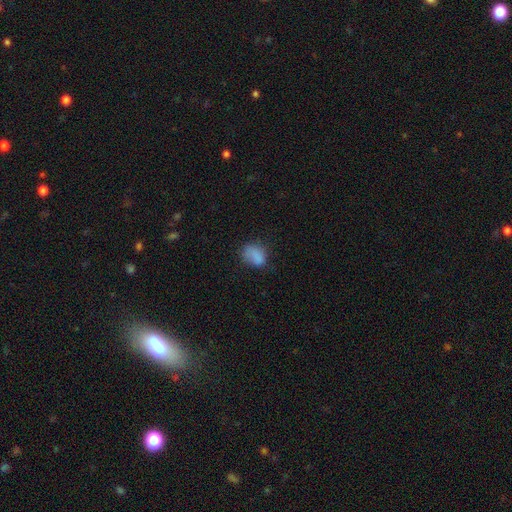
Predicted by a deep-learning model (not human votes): This appears to be a smooth galaxy with no disk features (81%) that is in between round and cigar-shaped (74%). Merging: none (52%).